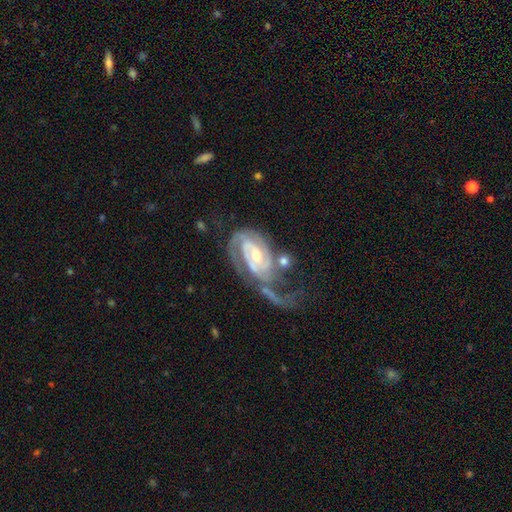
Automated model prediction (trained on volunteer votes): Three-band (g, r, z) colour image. It shows a featured or disk galaxy (90%) with a weak bar (42%), 2 (63%) tight (59%) spiral arms (97%) and a moderate central bulge (54%). Merging: major disturbance (36%).